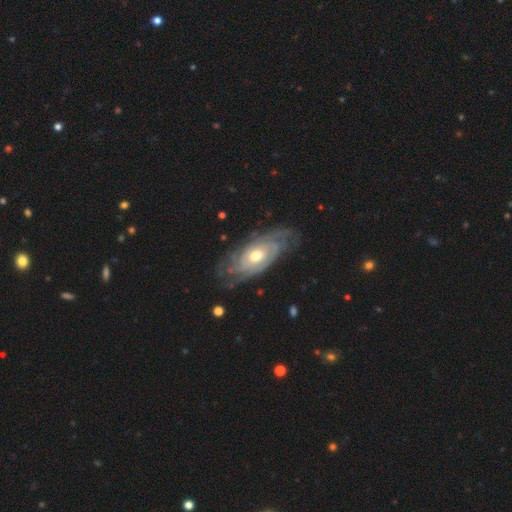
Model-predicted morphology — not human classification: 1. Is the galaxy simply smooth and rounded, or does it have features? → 87% featured or disk, 8% smooth, 5% star or artifact.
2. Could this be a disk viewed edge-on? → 92% no, 8% yes.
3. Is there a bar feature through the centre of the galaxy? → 74% no, 20% weak, 6% strong.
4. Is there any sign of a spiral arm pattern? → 95% yes, 5% no.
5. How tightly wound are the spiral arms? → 75% tight, 20% medium, 5% loose.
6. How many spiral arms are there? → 42% can't tell, 15% 3, 14% 2, 14% 4, 9% more than 4, 6% 1.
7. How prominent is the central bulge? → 70% moderate, 20% small, 7% large, 1% none, 1% dominant.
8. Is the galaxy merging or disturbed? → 75% none, 17% minor disturbance, 6% major disturbance, 1% merger.